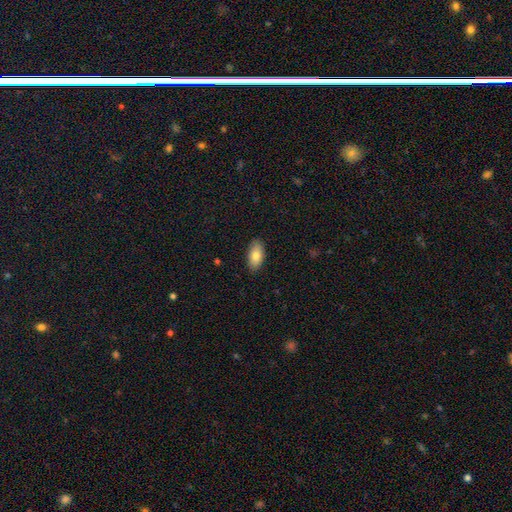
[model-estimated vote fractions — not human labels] This appears to be a smooth galaxy with no disk features (82%) that is in between round and cigar-shaped (92%). Merging: none (88%).